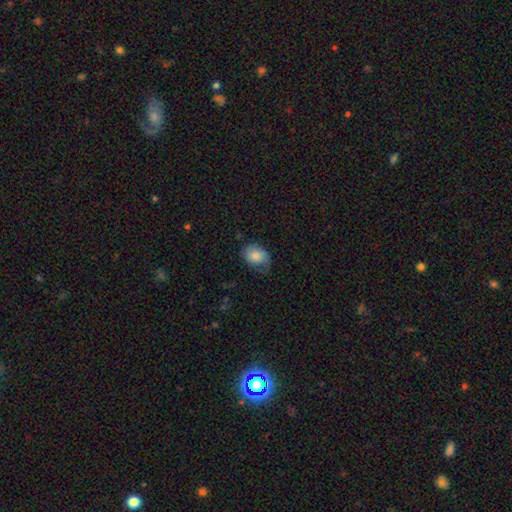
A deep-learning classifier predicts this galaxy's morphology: Q: Smooth or featured?
A: smooth (81%); runner-up: featured or disk (12%)
Q: How rounded?
A: in between (72%); runner-up: round (27%)
Q: Merging?
A: none (54%); runner-up: minor disturbance (33%)